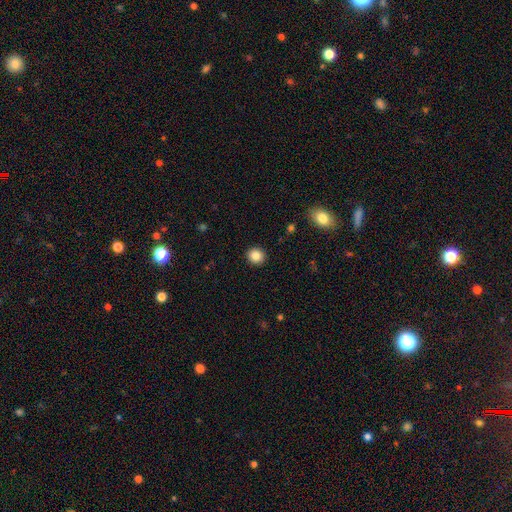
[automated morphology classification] The model was most divided on "how rounded": round: 86%, in between: 13%, cigar-shaped: 1%. More confident: merging — none (92%); smooth or featured — smooth (84%).